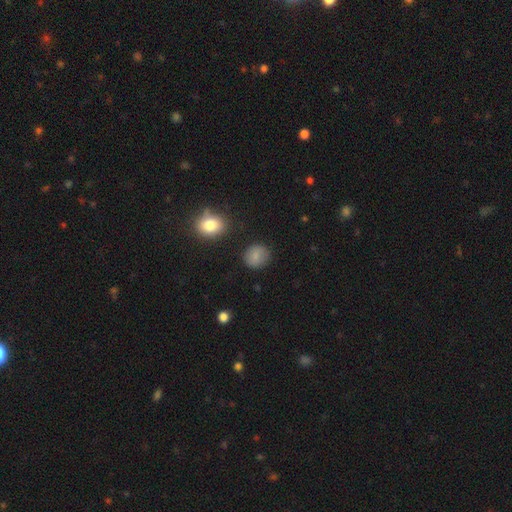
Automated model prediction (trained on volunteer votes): A smooth galaxy with no disk features (83%) that is round (77%).

Vote fractions:
- Smooth or featured? smooth: 83% / star or artifact: 9% / featured or disk: 8%
- How rounded? round: 77% / in between: 21% / cigar-shaped: 1%
- Merging? none: 84% / minor disturbance: 11% / major disturbance: 3% / merger: 2%